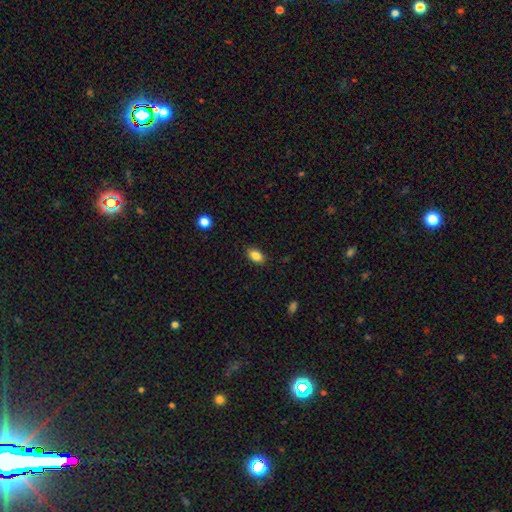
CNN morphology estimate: This appears to be a smooth galaxy with no disk features (86%) that is in between round and cigar-shaped (88%). Merging: none (86%).